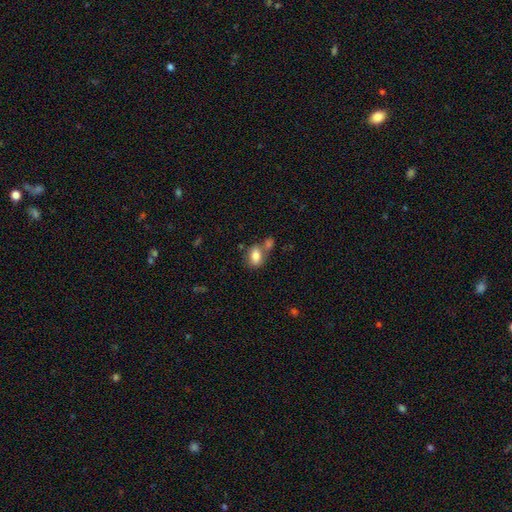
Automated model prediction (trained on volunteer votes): The model was most divided on "merging": none: 51%, merger: 31%, minor disturbance: 13%, major disturbance: 5%. More confident: smooth or featured — smooth (82%); how rounded — in between (81%).